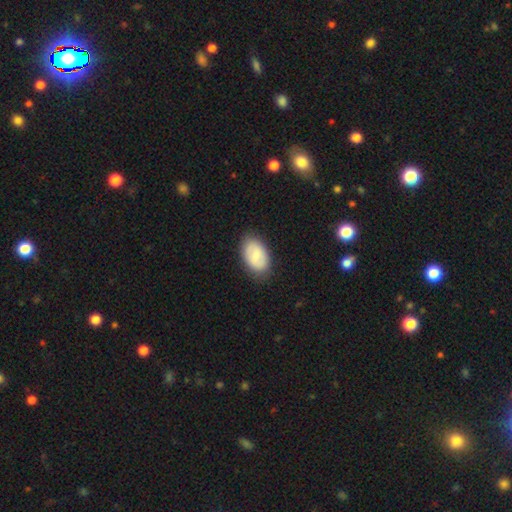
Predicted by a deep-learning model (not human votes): Smooth or featured?
  - smooth: 71% *
  - featured or disk: 23%
  - star or artifact: 6%
How rounded?
  - in between: 92% *
  - round: 7%
  - cigar-shaped: 1%
Merging?
  - none: 85% *
  - minor disturbance: 12%
  - major disturbance: 3%
  - merger: 1%